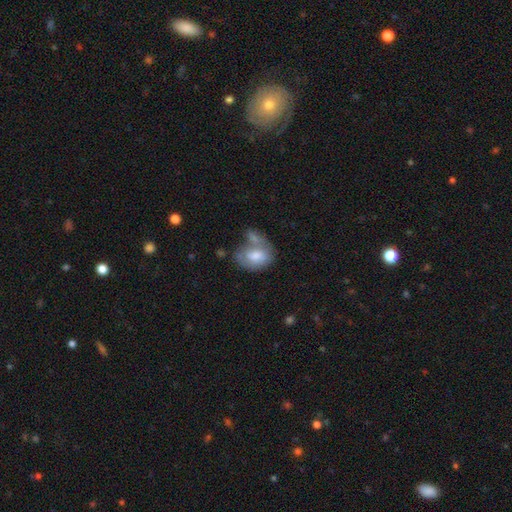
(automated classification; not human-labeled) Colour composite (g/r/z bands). It shows a smooth galaxy with no disk features (68%) that is in between round and cigar-shaped (75%). Merging: merger (37%).